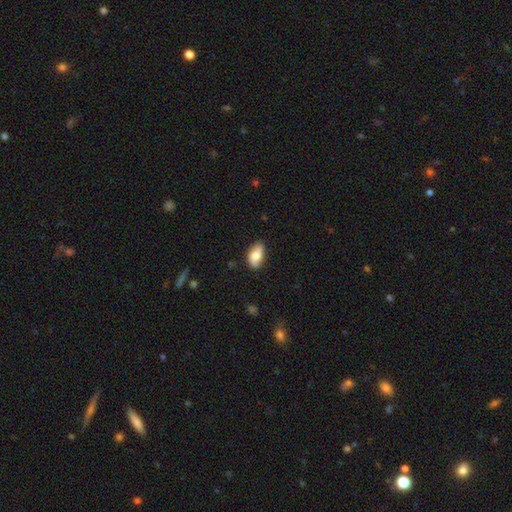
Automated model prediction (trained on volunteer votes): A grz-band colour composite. It shows a smooth galaxy with no disk features (72%) that is in between round and cigar-shaped (91%). Merging: none (66%).